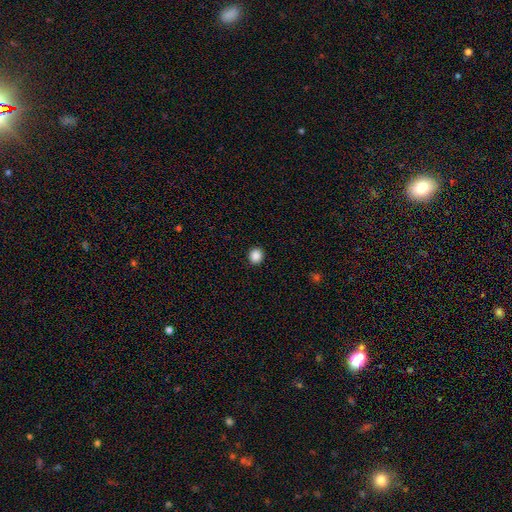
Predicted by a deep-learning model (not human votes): Smooth or featured?
  - smooth: 88% *
  - star or artifact: 10%
  - featured or disk: 2%
How rounded?
  - round: 85% *
  - in between: 14%
  - cigar-shaped: 1%
Merging?
  - none: 93% *
  - minor disturbance: 5%
  - major disturbance: 2%
  - merger: 1%